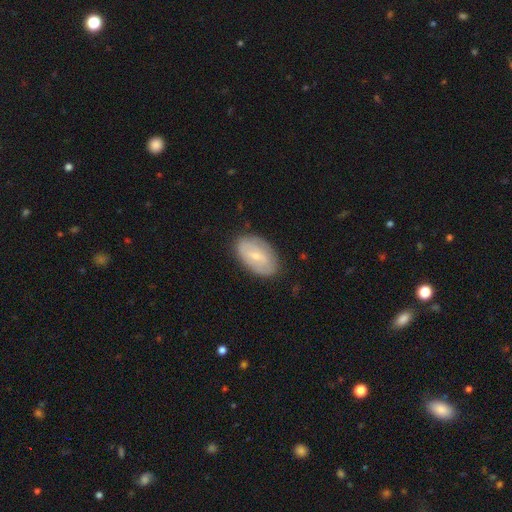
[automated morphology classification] A smooth galaxy with no disk features (48%). Merging: none (83%).